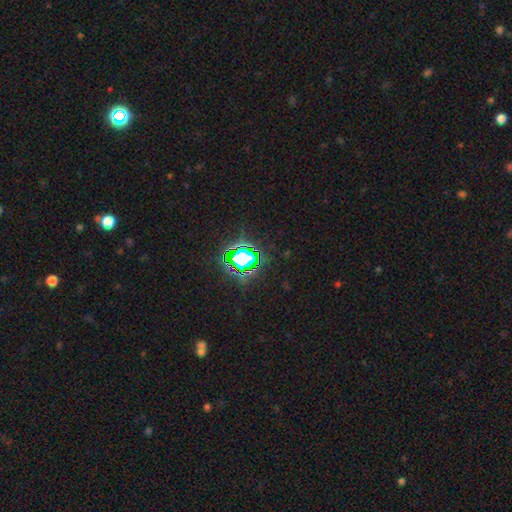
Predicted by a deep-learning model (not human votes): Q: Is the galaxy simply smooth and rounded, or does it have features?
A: star or artifact — 81%.